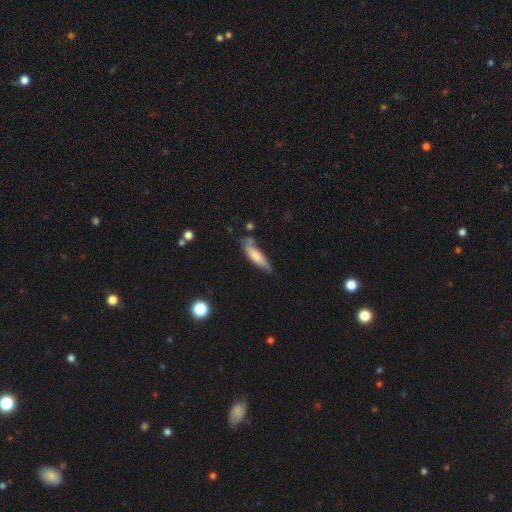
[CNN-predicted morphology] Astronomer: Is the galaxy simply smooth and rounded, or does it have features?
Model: smooth — 68%.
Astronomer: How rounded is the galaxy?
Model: cigar-shaped — 63%.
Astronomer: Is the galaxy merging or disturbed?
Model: none — 53% (runner-up: minor disturbance, 31%).